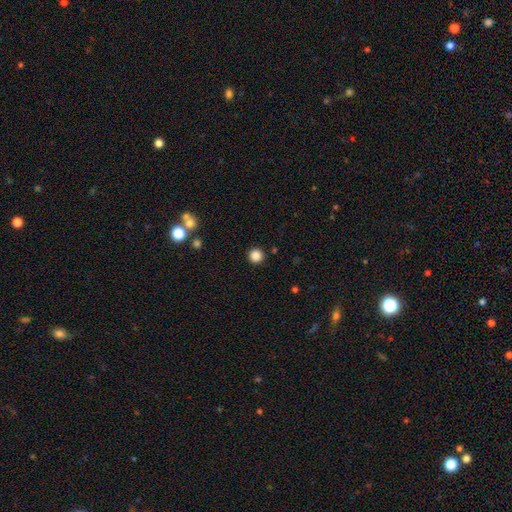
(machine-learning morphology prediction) A smooth galaxy with no disk features (86%) that is round (96%). Merging: none (92%).